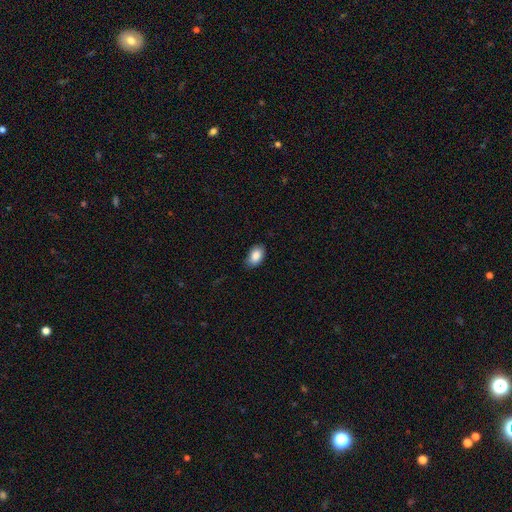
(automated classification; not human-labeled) smooth-or-featured: smooth: 88% | star or artifact: 7% | featured or disk: 5%
  how-rounded: in between: 89% | round: 10% | cigar-shaped: 1%
  merging: none: 78% | minor disturbance: 18% | major disturbance: 3% | merger: 1%